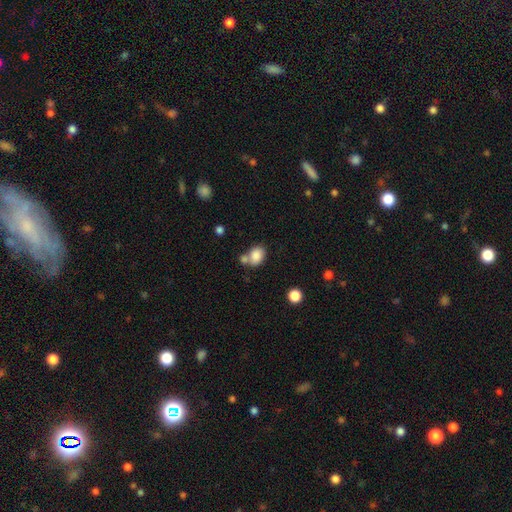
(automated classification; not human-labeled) This is clearly a smooth galaxy (84%). How rounded: likely in between (65%). Merging: possibly none (46%).